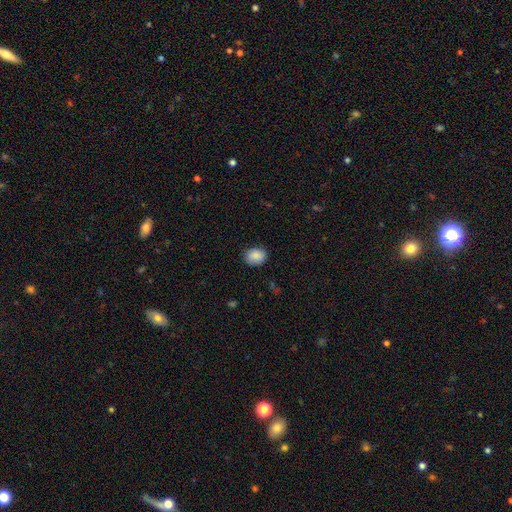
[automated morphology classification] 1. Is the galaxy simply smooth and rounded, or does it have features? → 88% smooth, 8% star or artifact, 4% featured or disk.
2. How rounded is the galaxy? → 51% in between, 48% round, 1% cigar-shaped.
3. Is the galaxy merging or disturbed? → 84% none, 12% minor disturbance, 3% major disturbance, 1% merger.